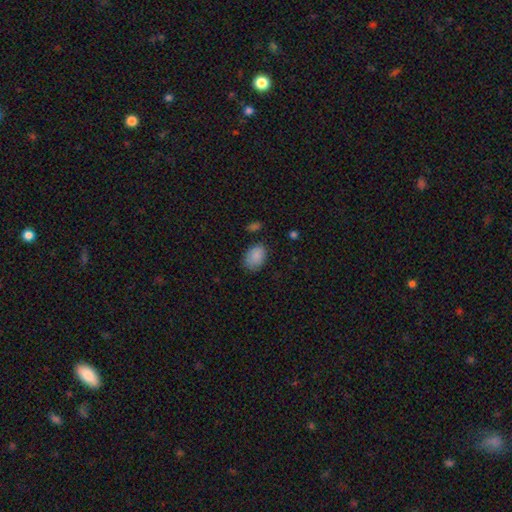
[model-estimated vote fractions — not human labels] Q: Smooth or featured?
A: smooth (87%); runner-up: star or artifact (8%)
Q: How rounded?
A: in between (82%); runner-up: round (17%)
Q: Merging?
A: none (76%); runner-up: minor disturbance (18%)